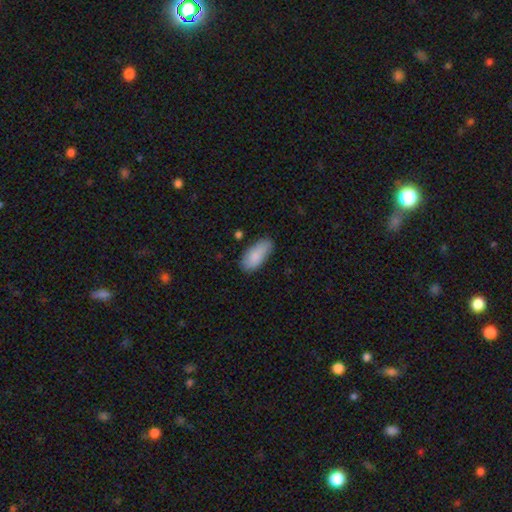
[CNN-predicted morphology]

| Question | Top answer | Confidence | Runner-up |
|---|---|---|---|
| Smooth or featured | smooth | 86% | featured or disk (8%) |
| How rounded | in between | 90% | cigar-shaped (8%) |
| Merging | none | 75% | minor disturbance (19%) |